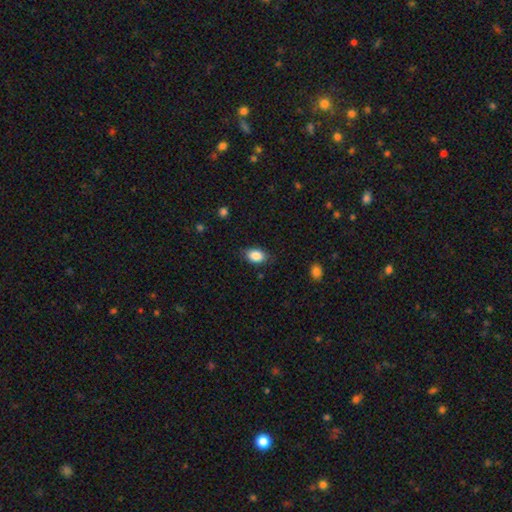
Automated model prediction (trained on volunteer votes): smooth 86%, star or artifact 8%, featured or disk 6%. Down the decision tree: how rounded — in between (83%); merging — none (80%).